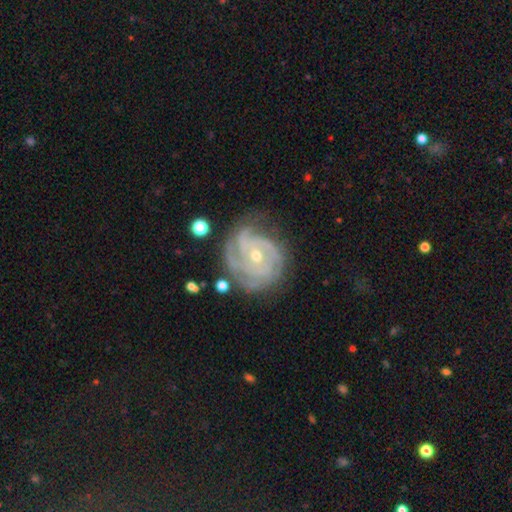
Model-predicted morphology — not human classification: A featured or disk galaxy (90%) with no bar (68%), 3 (40%) tight (72%) spiral arms (98%) and a small central bulge (61%).

Vote fractions:
- Smooth or featured? featured or disk: 90% / smooth: 5% / star or artifact: 5%
- Edge-on disk? no: 98% / yes: 2%
- Bar? no: 68% / weak: 25% / strong: 8%
- Spiral arms? yes: 98% / no: 2%
- Spiral winding? tight: 72% / medium: 24% / loose: 4%
- Spiral arm count? 3: 40% / 4: 18% / can't tell: 17% / 2: 14% / more than 4: 5% / 1: 5%
- Bulge size? small: 61% / moderate: 37% / large: 1% / none: 1% / dominant: 1%
- Merging? none: 65% / minor disturbance: 23% / major disturbance: 10% / merger: 2%